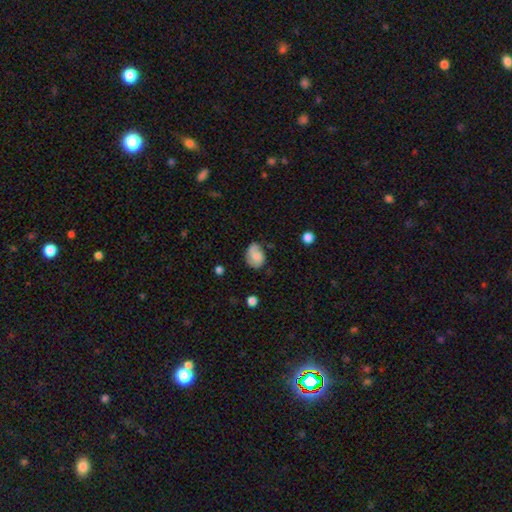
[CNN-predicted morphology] smooth_or_featured: smooth (p=0.64) [alt: featured or disk p=0.28]
how_rounded: in between (p=0.66) [alt: round p=0.33]
merging: none (p=0.53) [alt: minor disturbance p=0.32]